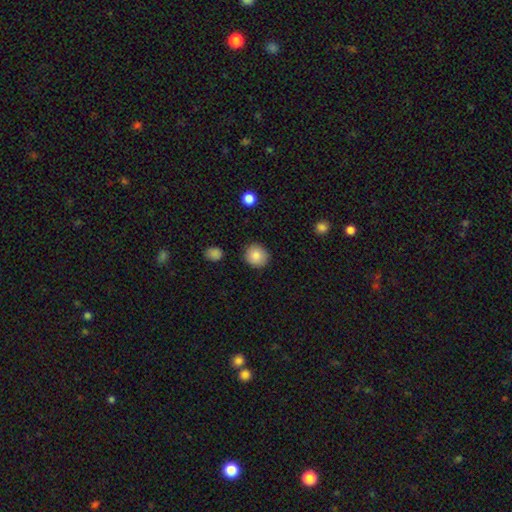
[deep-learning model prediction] smooth_or_featured: smooth (p=0.85) [alt: star or artifact p=0.08]
how_rounded: round (p=0.89) [alt: in between p=0.10]
merging: none (p=0.88) [alt: minor disturbance p=0.08]